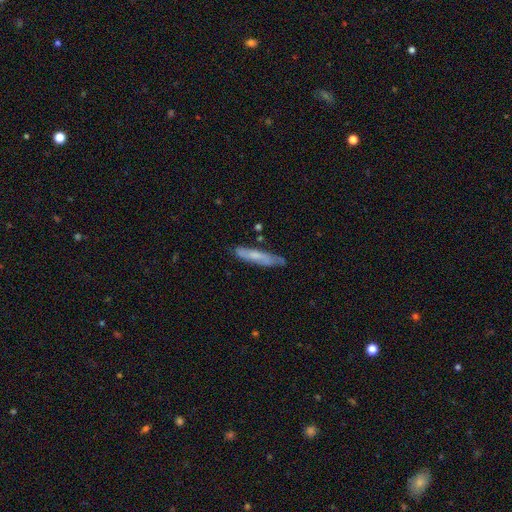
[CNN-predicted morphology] The model was most divided on "smooth or featured": smooth: 54%, featured or disk: 39%, star or artifact: 6%. More confident: how rounded — cigar-shaped (88%); merging — none (72%).